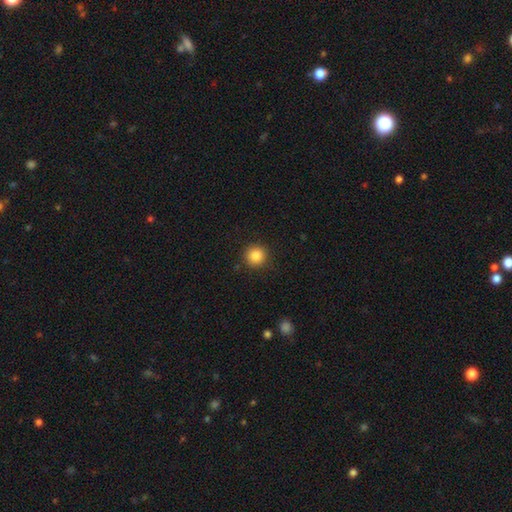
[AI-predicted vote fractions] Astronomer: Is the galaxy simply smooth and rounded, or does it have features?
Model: smooth — 87%.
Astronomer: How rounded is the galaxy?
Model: round — 94%.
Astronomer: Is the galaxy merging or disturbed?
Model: none — 90%.